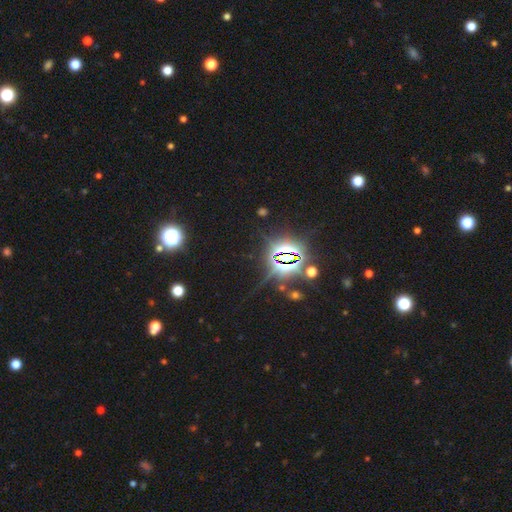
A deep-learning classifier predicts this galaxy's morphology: smooth_or_featured: star or artifact (p=0.84) [alt: smooth p=0.09]